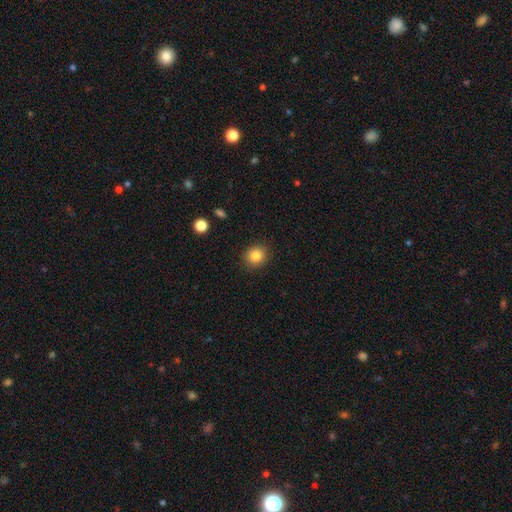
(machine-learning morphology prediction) smooth 84%, star or artifact 10%, featured or disk 5%. Down the decision tree: how rounded — round (80%); merging — none (90%).